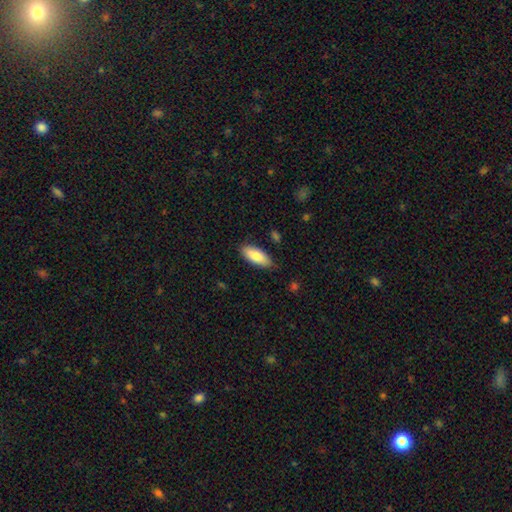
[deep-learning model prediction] This appears to be a smooth galaxy with no disk features (82%) that is in between round and cigar-shaped (80%). Merging: none (82%).